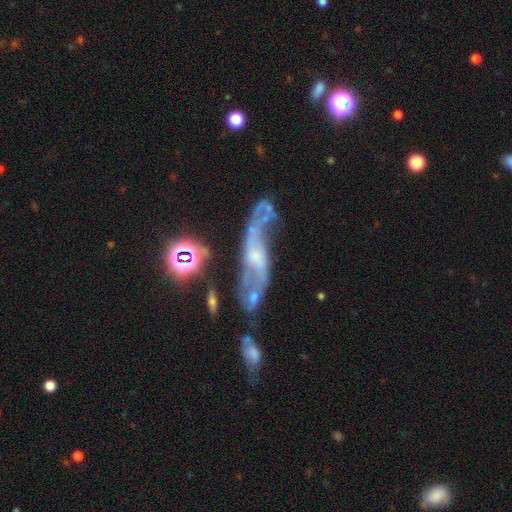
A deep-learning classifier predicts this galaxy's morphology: Overall: featured or disk (71%). Edge-on disk: no (80%). Bar: no (54%; weak 34%). Spiral arms: yes (78%). Bulge size: small (48%; moderate 26%). Merging: none (34%; merger 27%).